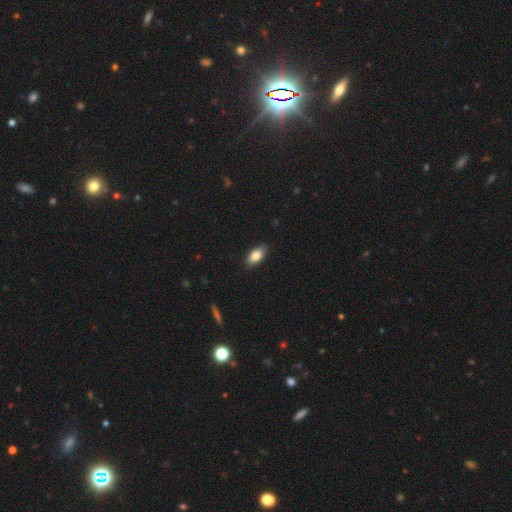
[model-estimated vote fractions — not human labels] The model was most divided on "smooth or featured": smooth: 82%, featured or disk: 12%, star or artifact: 7%. More confident: how rounded — in between (89%); merging — none (88%).